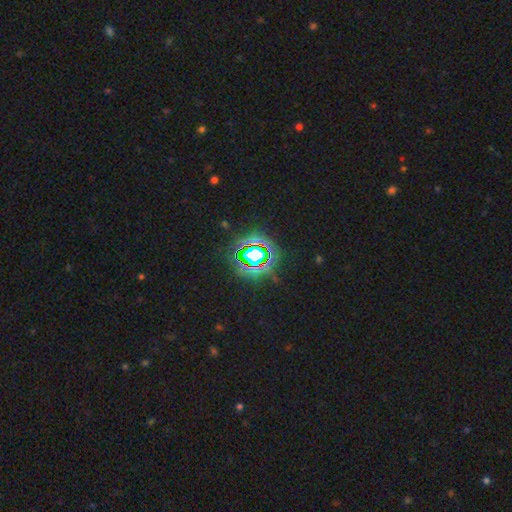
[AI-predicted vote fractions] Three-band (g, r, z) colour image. It shows a star or artifact, not a galaxy (75%).